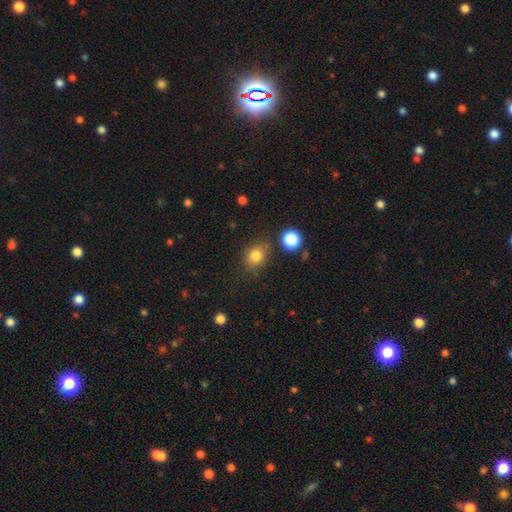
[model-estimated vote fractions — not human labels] Smooth or featured: smooth — 81% (star or artifact — 12%)
How rounded: round — 60% (in between — 39%)
Merging: none — 76% (minor disturbance — 14%)